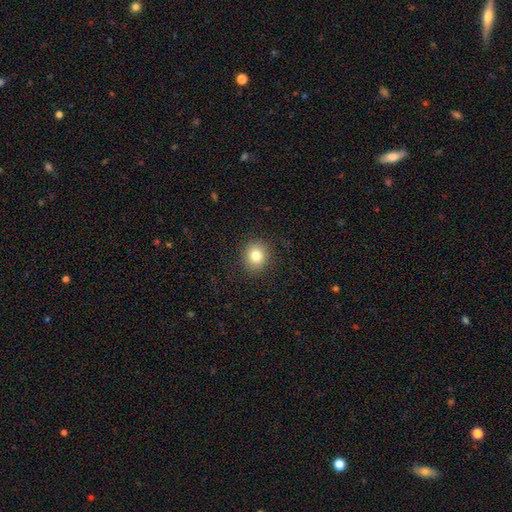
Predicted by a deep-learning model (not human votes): Smooth or featured?
  - smooth: 80% *
  - star or artifact: 11%
  - featured or disk: 8%
How rounded?
  - round: 83% *
  - in between: 16%
  - cigar-shaped: 1%
Merging?
  - none: 90% *
  - minor disturbance: 7%
  - major disturbance: 2%
  - merger: 1%